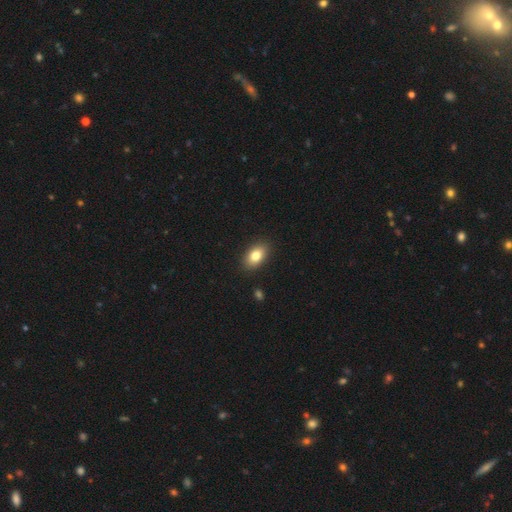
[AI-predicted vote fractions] Smooth or featured?
  - smooth: 82% *
  - featured or disk: 10%
  - star or artifact: 8%
How rounded?
  - in between: 89% *
  - round: 9%
  - cigar-shaped: 2%
Merging?
  - none: 89% *
  - minor disturbance: 8%
  - major disturbance: 2%
  - merger: 1%